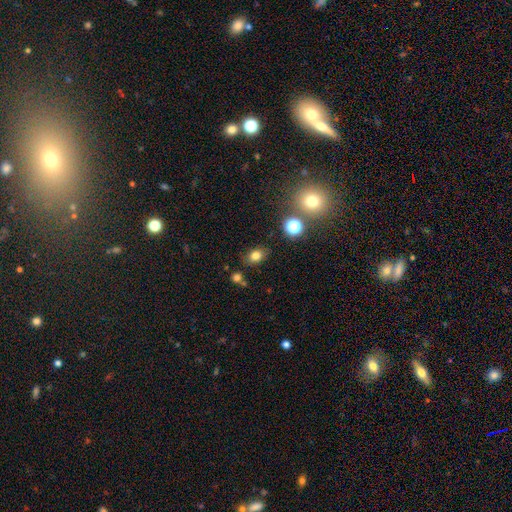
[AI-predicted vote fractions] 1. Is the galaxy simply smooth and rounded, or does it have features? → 78% smooth, 14% star or artifact, 8% featured or disk.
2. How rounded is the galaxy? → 68% in between, 31% round, 1% cigar-shaped.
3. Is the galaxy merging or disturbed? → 79% none, 13% minor disturbance, 5% merger, 3% major disturbance.